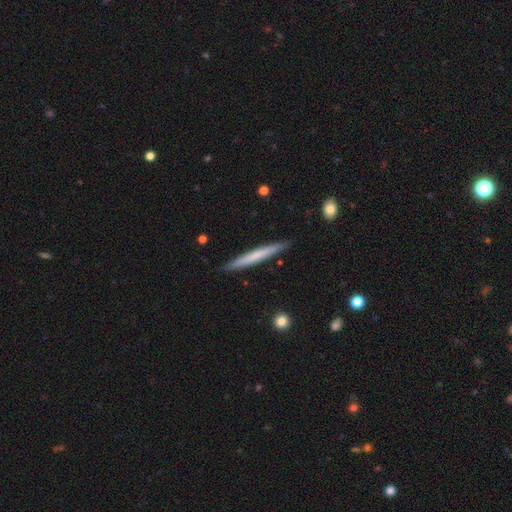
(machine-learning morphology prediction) A smooth galaxy with no disk features (58%) that is cigar-shaped (97%).

Vote fractions:
- Smooth or featured? smooth: 58% / featured or disk: 37% / star or artifact: 5%
- How rounded? cigar-shaped: 97% / in between: 2% / round: 1%
- Merging? none: 90% / minor disturbance: 7% / major disturbance: 1% / merger: 1%